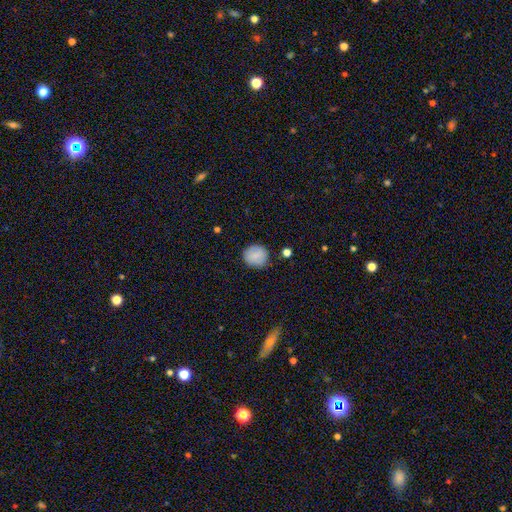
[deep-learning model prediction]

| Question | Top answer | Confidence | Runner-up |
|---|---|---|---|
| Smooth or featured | smooth | 83% | featured or disk (9%) |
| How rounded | round | 86% | in between (13%) |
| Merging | none | 84% | minor disturbance (11%) |